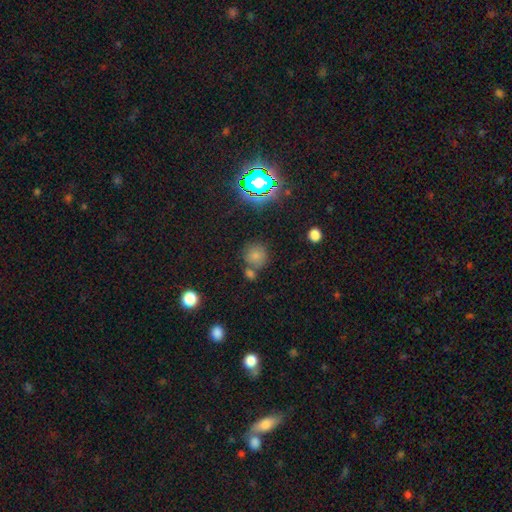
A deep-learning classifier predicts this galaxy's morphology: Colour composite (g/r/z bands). It shows a smooth galaxy with no disk features (69%) that is round (88%). Merging: none (60%).